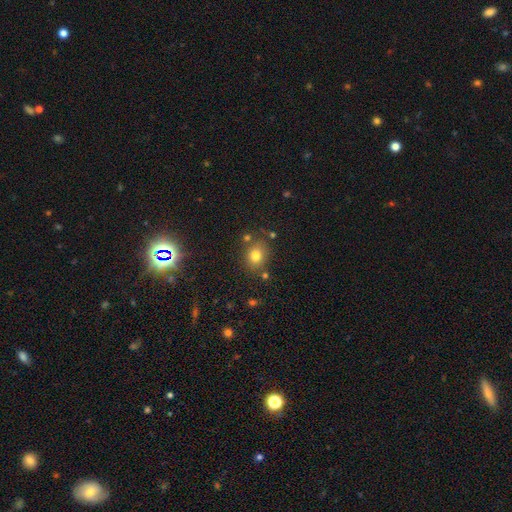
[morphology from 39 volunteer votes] smooth_or_featured: smooth (p=0.79) [alt: featured or disk p=0.10]
how_rounded: round (p=0.68) [alt: in between p=0.32]
merging: none (p=0.69) [alt: minor disturbance p=0.23]